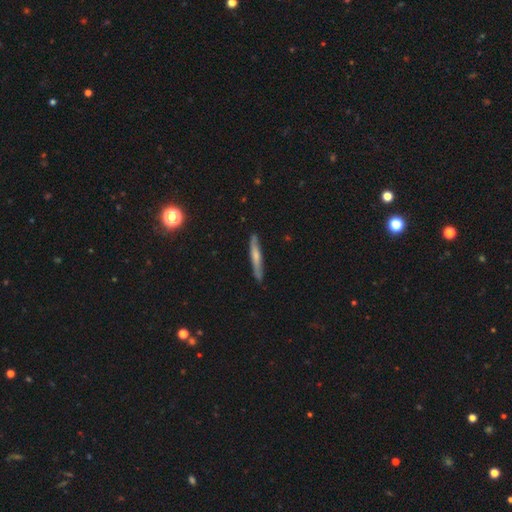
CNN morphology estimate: Smooth or featured: smooth — 53% (featured or disk — 41%)
How rounded: cigar-shaped — 95% (in between — 4%)
Merging: none — 85% (minor disturbance — 12%)